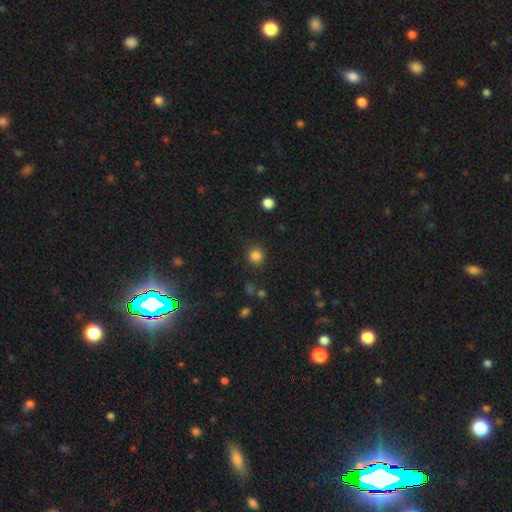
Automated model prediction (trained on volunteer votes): A smooth galaxy with no disk features (83%) that is round (92%). Merging: none (89%).